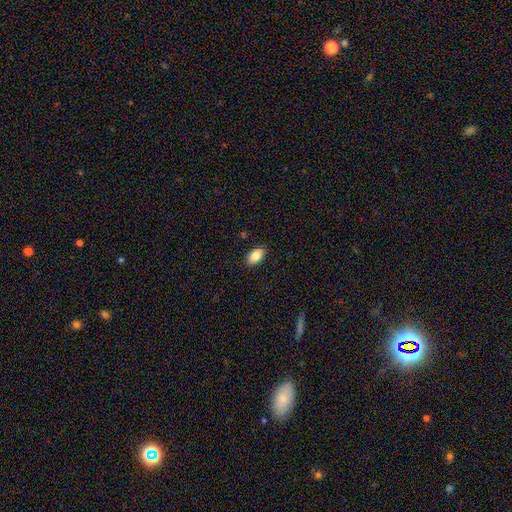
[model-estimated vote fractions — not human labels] A smooth galaxy with no disk features (84%) that is in between round and cigar-shaped (92%). Merging: none (88%).